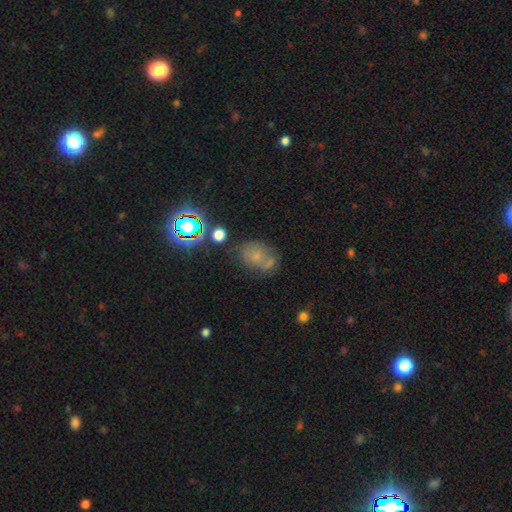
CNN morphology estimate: smooth_or_featured: smooth (p=0.49) [alt: star or artifact p=0.26]
merging: none (p=0.48) [alt: merger p=0.22]